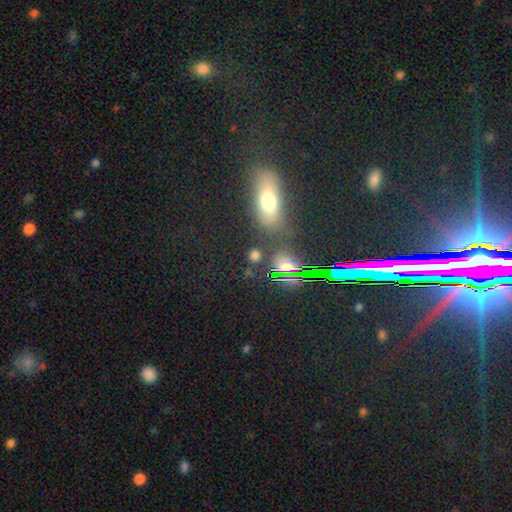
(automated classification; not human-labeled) The model was most divided on "smooth or featured": smooth: 48%, star or artifact: 42%, featured or disk: 10%. More confident: merging — none (76%).